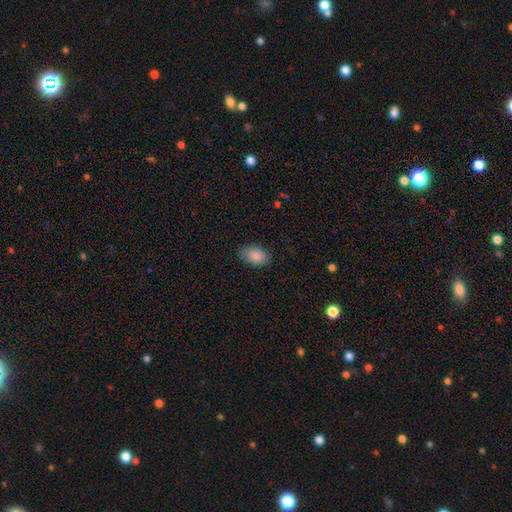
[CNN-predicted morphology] smooth_or_featured: smooth (p=0.88) [alt: star or artifact p=0.07]
how_rounded: in between (p=0.88) [alt: round p=0.11]
merging: none (p=0.78) [alt: minor disturbance p=0.17]